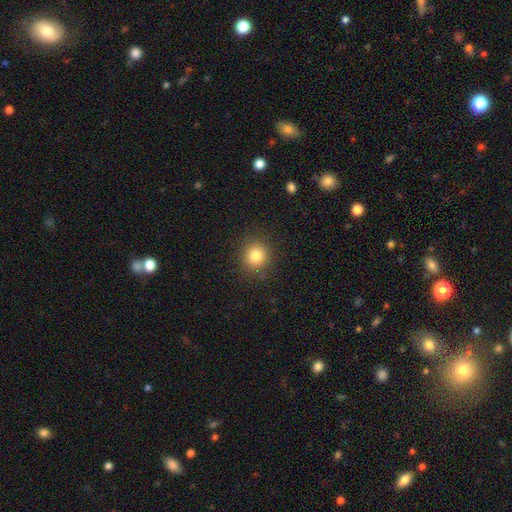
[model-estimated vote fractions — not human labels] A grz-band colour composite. It shows a smooth galaxy with no disk features (82%) that is round (89%). Merging: none (89%).